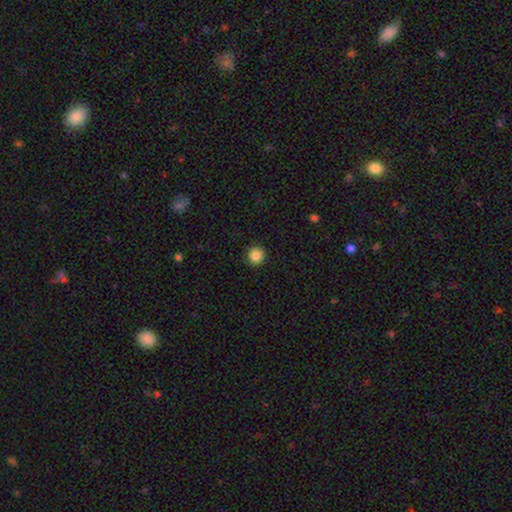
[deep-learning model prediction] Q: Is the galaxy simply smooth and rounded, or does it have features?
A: smooth — 86%.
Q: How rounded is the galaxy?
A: round — 95%.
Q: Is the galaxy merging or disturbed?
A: none — 92%.